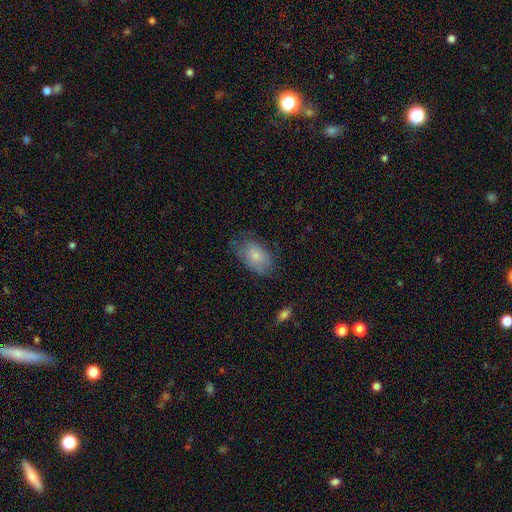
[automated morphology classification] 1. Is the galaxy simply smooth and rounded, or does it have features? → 77% smooth, 17% featured or disk, 7% star or artifact.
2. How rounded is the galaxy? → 91% in between, 7% round, 2% cigar-shaped.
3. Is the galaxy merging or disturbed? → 59% none, 30% minor disturbance, 10% major disturbance, 1% merger.